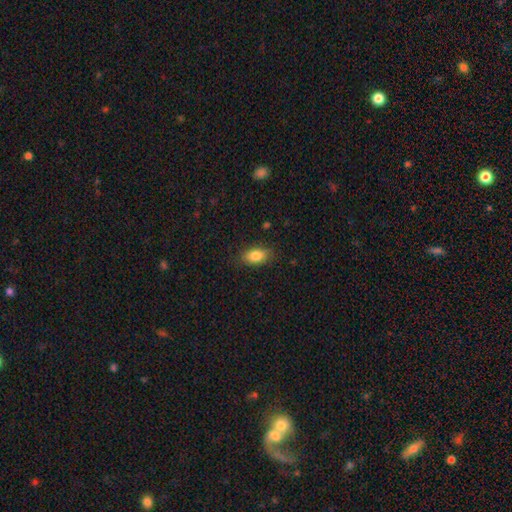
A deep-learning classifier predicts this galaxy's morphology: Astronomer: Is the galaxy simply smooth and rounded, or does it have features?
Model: smooth — 84%.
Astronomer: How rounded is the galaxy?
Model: in between — 88%.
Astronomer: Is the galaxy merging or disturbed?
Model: none — 83%.